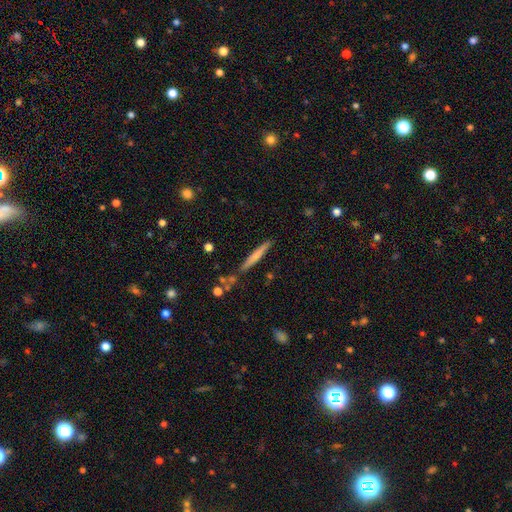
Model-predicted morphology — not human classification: The model was most divided on "smooth or featured": smooth: 62%, featured or disk: 31%, star or artifact: 6%. More confident: how rounded — cigar-shaped (95%); merging — none (81%).